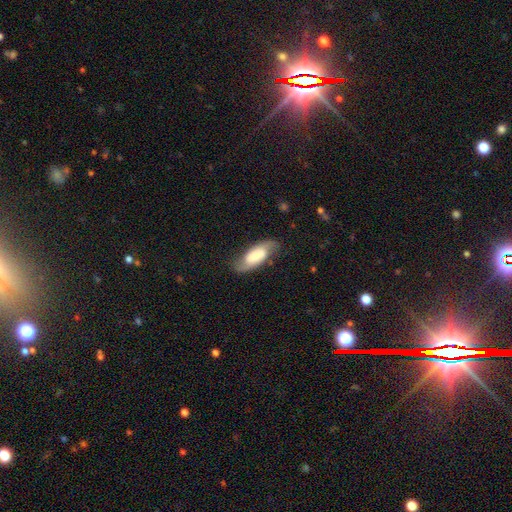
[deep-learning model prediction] smooth-or-featured: featured or disk: 51% | smooth: 42% | star or artifact: 7%
  disk-edge-on: no: 89% | yes: 11%
  merging: none: 72% | minor disturbance: 19% | major disturbance: 7% | merger: 2%